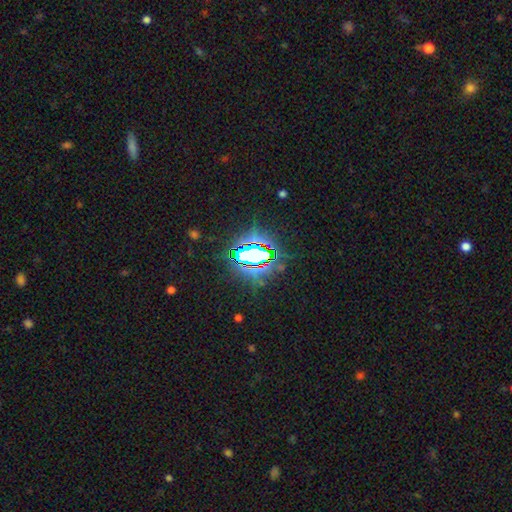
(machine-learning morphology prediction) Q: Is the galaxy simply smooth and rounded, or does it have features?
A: star or artifact — 75%.